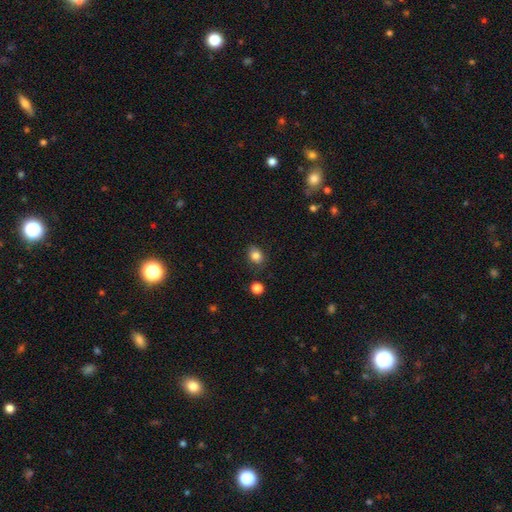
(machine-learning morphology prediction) smooth 84%, star or artifact 10%, featured or disk 5%. Down the decision tree: how rounded — in between (51%); merging — none (81%).